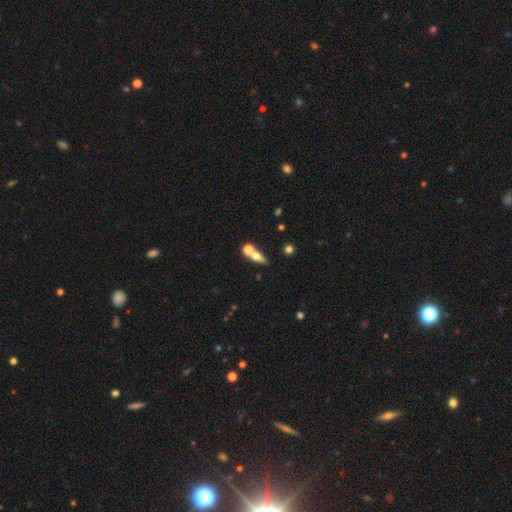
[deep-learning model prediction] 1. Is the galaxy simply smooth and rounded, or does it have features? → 60% smooth, 28% featured or disk, 12% star or artifact.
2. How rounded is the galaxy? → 44% in between, 29% round, 27% cigar-shaped.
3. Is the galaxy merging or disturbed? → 43% none, 42% merger, 9% minor disturbance, 6% major disturbance.